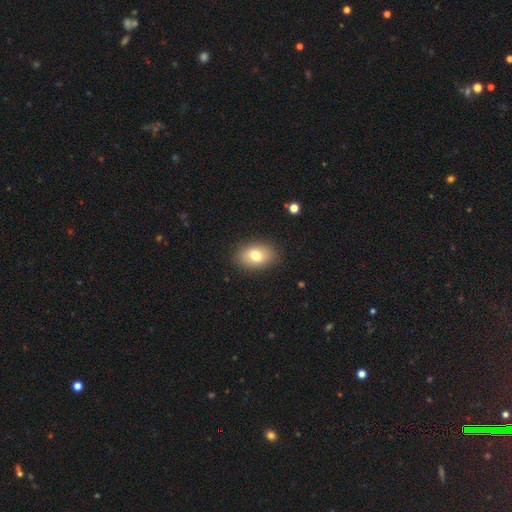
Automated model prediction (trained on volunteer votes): This appears to be a smooth galaxy with no disk features (76%) that is in between round and cigar-shaped (82%). Merging: none (87%).